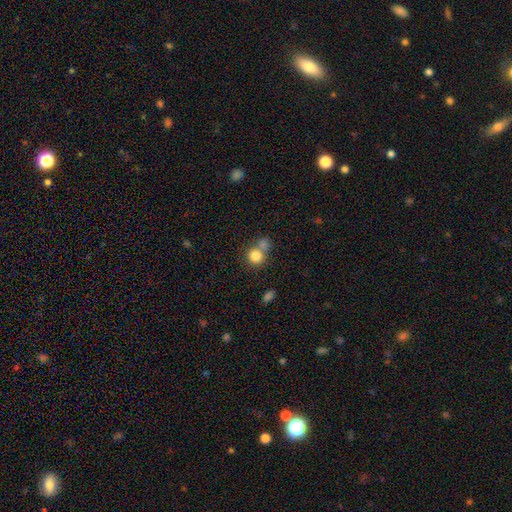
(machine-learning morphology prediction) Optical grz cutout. It shows a smooth galaxy with no disk features (82%) that is round (87%). Merging: none (51%).